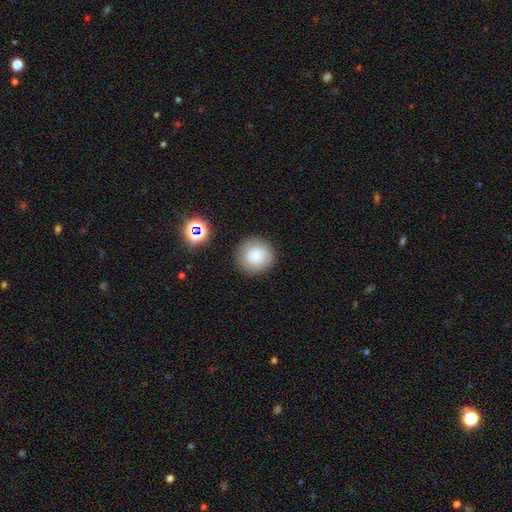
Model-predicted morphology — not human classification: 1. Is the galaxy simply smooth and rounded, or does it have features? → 82% smooth, 10% star or artifact, 9% featured or disk.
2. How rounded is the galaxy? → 93% round, 6% in between, 1% cigar-shaped.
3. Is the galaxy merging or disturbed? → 86% none, 9% minor disturbance, 3% major disturbance, 2% merger.